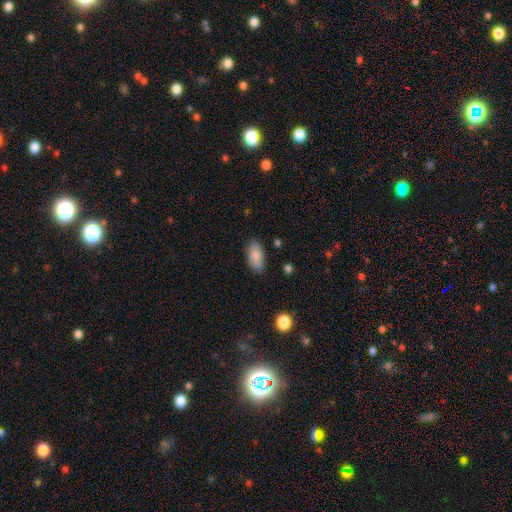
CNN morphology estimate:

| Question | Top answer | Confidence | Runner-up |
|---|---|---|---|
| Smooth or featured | smooth | 86% | star or artifact (7%) |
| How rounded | in between | 91% | cigar-shaped (6%) |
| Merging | none | 83% | minor disturbance (13%) |